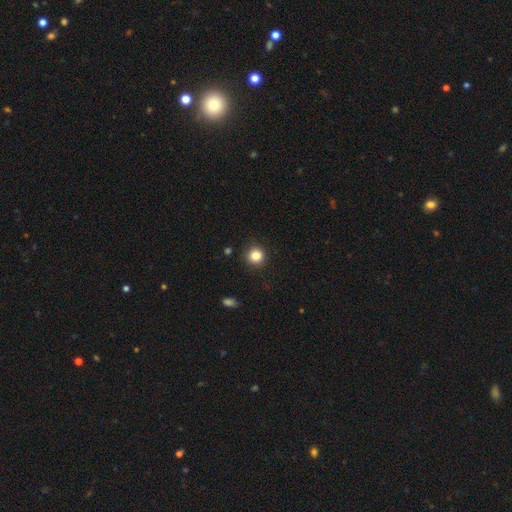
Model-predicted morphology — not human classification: Smooth or featured: smooth — 85% (star or artifact — 11%)
How rounded: round — 93% (in between — 6%)
Merging: none — 89% (minor disturbance — 7%)